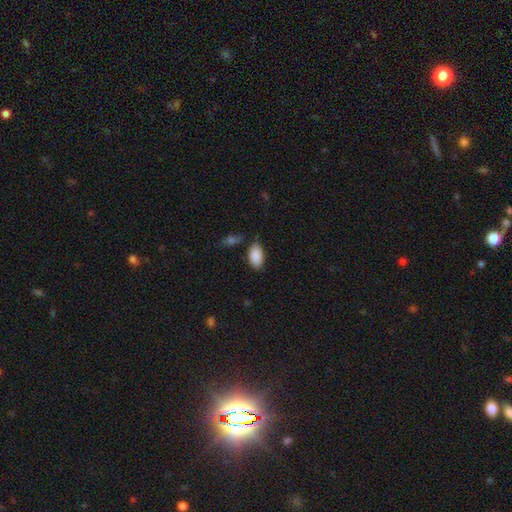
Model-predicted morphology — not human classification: Smooth or featured? smooth (89%)
How rounded? in between (94%)
Merging? none (79%)